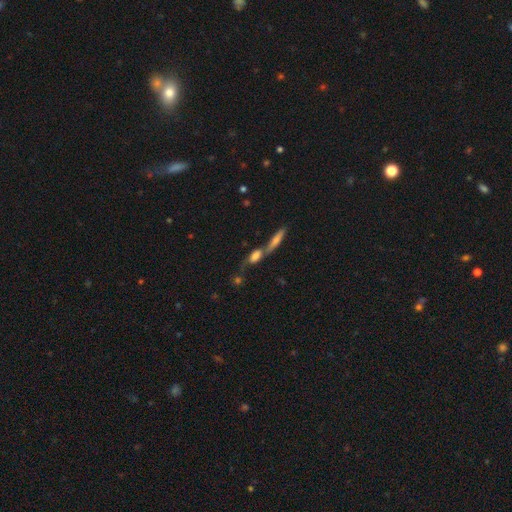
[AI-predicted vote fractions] Smooth or featured? smooth (49%)
Merging? merger (55%)